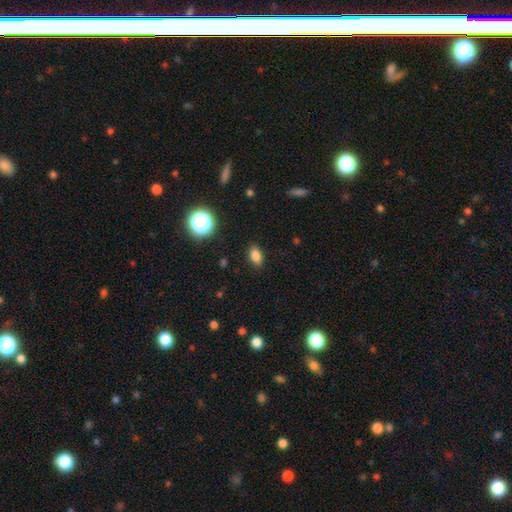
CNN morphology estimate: A smooth galaxy with no disk features (82%) that is in between round and cigar-shaped (85%).

Vote fractions:
- Smooth or featured? smooth: 82% / star or artifact: 12% / featured or disk: 5%
- How rounded? in between: 85% / round: 11% / cigar-shaped: 3%
- Merging? none: 88% / minor disturbance: 9% / major disturbance: 3% / merger: 1%